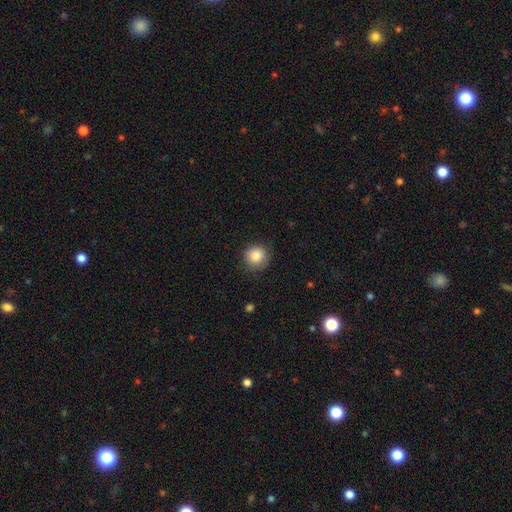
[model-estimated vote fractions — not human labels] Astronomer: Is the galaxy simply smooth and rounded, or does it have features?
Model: smooth — 86%.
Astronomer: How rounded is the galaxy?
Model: round — 91%.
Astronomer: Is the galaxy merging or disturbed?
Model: none — 85%.